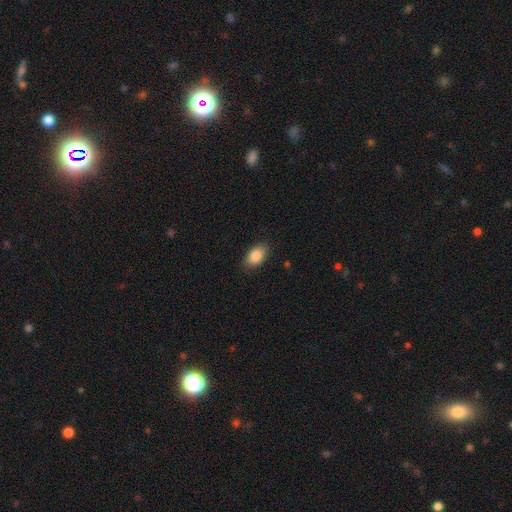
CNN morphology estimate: The model was most divided on "merging": none: 85%, minor disturbance: 12%, major disturbance: 3%, merger: 1%. More confident: how rounded — in between (90%); smooth or featured — smooth (87%).